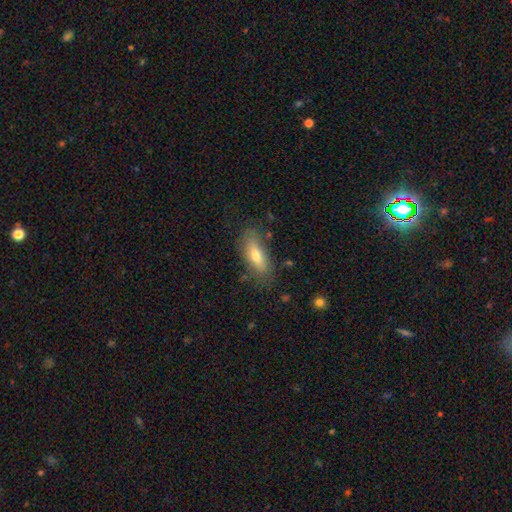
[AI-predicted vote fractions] smooth 64%, featured or disk 28%, star or artifact 8%. Down the decision tree: how rounded — in between (69%); merging — none (74%).